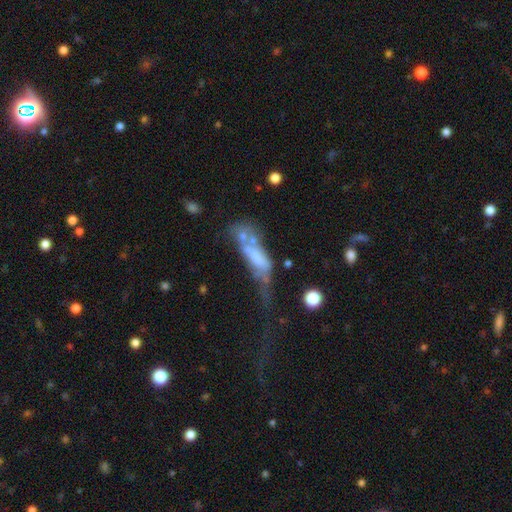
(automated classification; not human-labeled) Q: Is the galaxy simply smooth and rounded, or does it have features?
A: smooth — 45%.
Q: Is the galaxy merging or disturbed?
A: major disturbance — 40%.